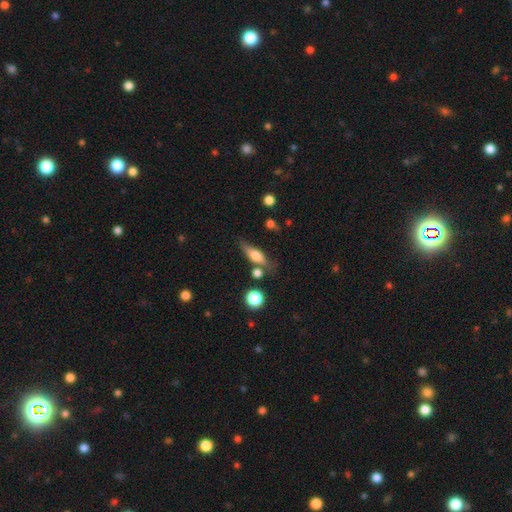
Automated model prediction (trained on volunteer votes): smooth 58%, featured or disk 34%, star or artifact 8%. Down the decision tree: how rounded — in between (50%); merging — none (66%).